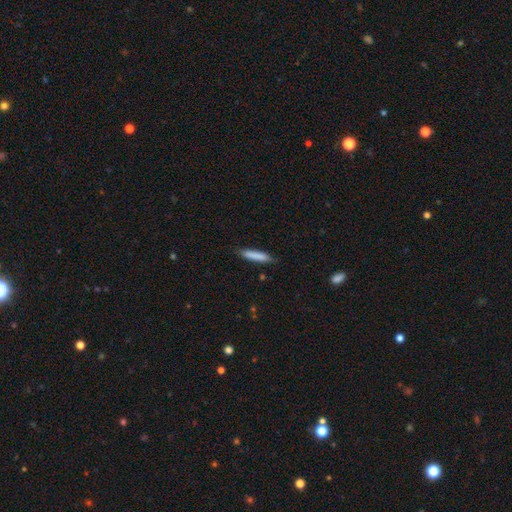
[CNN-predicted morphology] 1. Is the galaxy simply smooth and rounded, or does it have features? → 82% smooth, 12% featured or disk, 6% star or artifact.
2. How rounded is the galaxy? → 88% cigar-shaped, 11% in between, 1% round.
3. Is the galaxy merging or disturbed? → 83% none, 13% minor disturbance, 2% major disturbance, 1% merger.